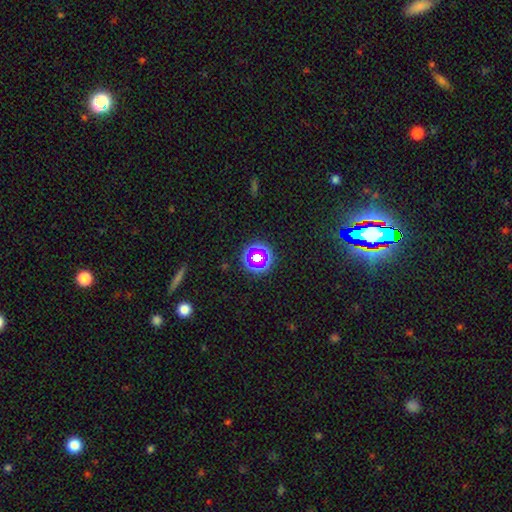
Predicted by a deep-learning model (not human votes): star or artifact 43%, smooth 39%, featured or disk 18%.